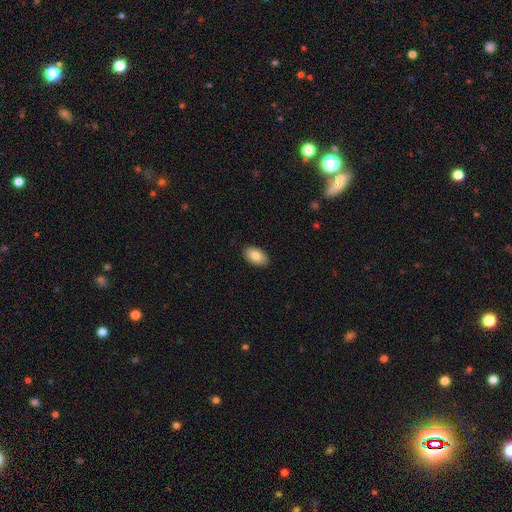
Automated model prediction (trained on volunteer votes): smooth_or_featured: smooth (p=0.85) [alt: featured or disk p=0.08]
how_rounded: in between (p=0.94) [alt: round p=0.05]
merging: none (p=0.89) [alt: minor disturbance p=0.08]